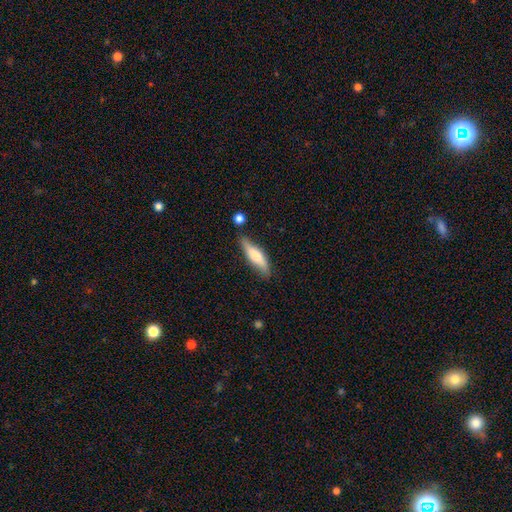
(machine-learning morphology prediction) This is possibly a smooth galaxy (59%). How rounded: likely cigar-shaped (67%). Merging: likely none (73%).